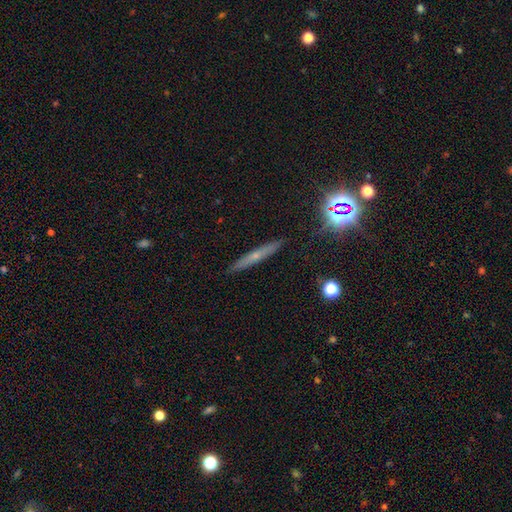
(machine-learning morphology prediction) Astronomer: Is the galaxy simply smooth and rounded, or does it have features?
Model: featured or disk — 46% (runner-up: smooth, 40%).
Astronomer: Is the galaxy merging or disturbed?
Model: none — 89%.